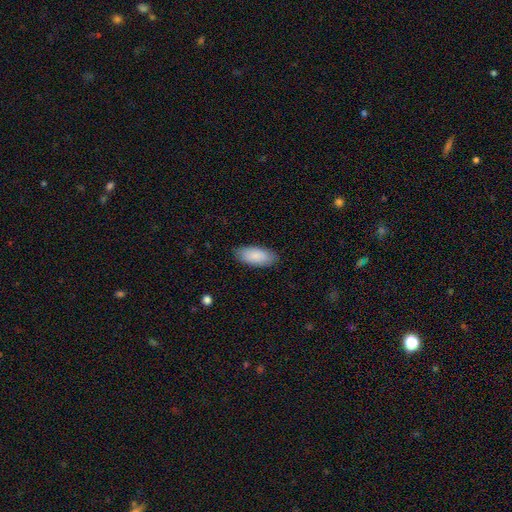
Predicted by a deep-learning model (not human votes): A smooth galaxy with no disk features (88%) that is in between round and cigar-shaped (89%).

Vote fractions:
- Smooth or featured? smooth: 88% / featured or disk: 7% / star or artifact: 6%
- How rounded? in between: 89% / cigar-shaped: 9% / round: 2%
- Merging? none: 86% / minor disturbance: 11% / major disturbance: 2% / merger: 1%